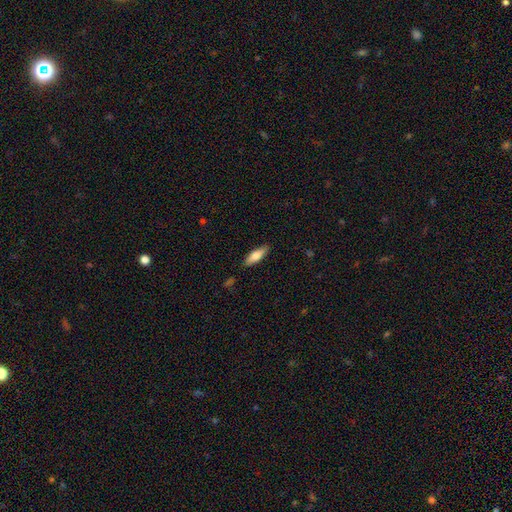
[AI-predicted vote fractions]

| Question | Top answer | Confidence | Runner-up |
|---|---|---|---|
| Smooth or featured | smooth | 71% | featured or disk (23%) |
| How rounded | in between | 49% | tied: cigar-shaped (49%) |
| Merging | none | 86% | minor disturbance (10%) |